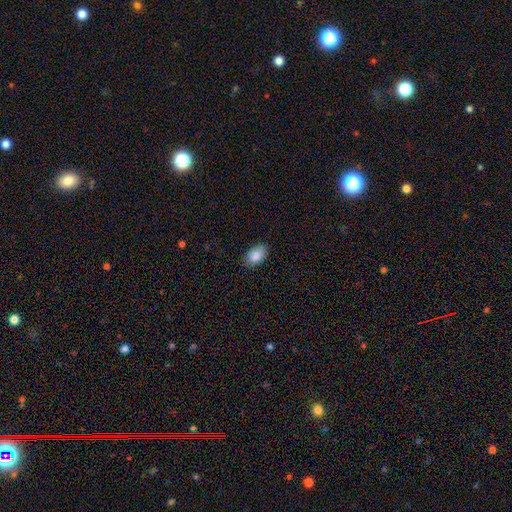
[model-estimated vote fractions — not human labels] Smooth or featured? smooth (88%)
How rounded? in between (91%)
Merging? none (84%)